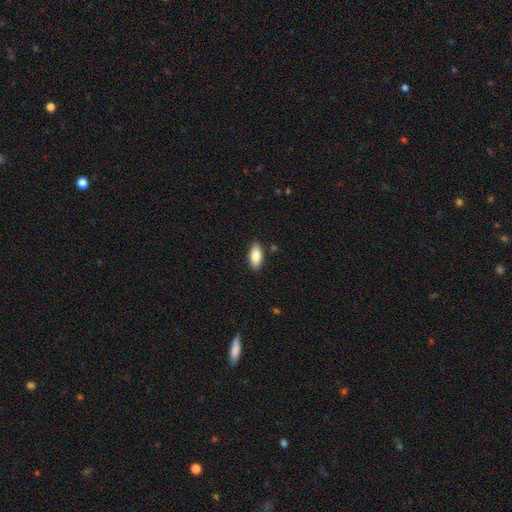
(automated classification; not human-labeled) smooth 84%, featured or disk 9%, star or artifact 6%. Down the decision tree: how rounded — in between (86%); merging — none (88%).